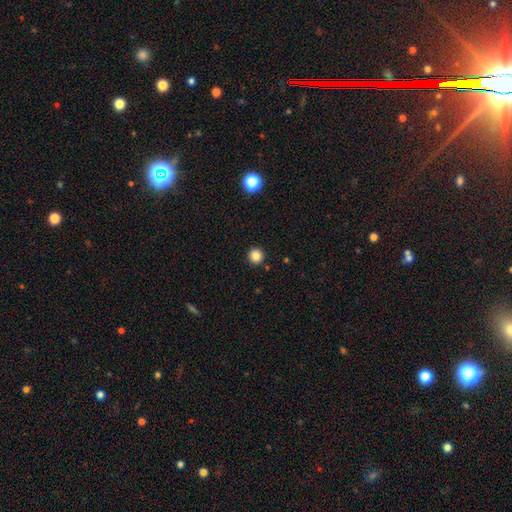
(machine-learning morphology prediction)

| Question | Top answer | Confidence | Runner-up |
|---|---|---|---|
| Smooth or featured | smooth | 83% | star or artifact (12%) |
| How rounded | round | 95% | in between (4%) |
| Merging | none | 92% | minor disturbance (5%) |